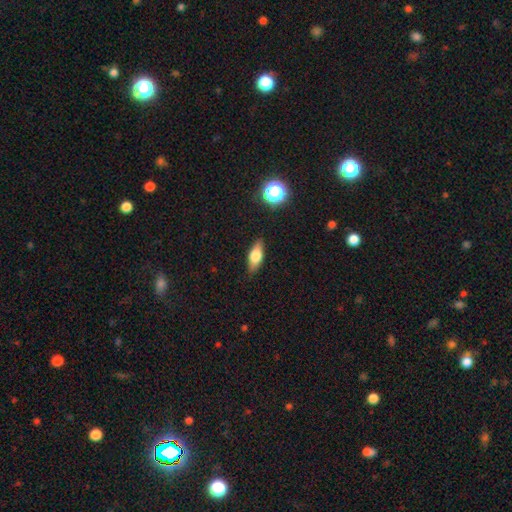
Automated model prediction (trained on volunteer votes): A smooth galaxy with no disk features (66%) that is in between round and cigar-shaped (73%).

Vote fractions:
- Smooth or featured? smooth: 66% / featured or disk: 26% / star or artifact: 8%
- How rounded? in between: 73% / cigar-shaped: 22% / round: 5%
- Merging? none: 85% / minor disturbance: 11% / major disturbance: 2% / merger: 1%